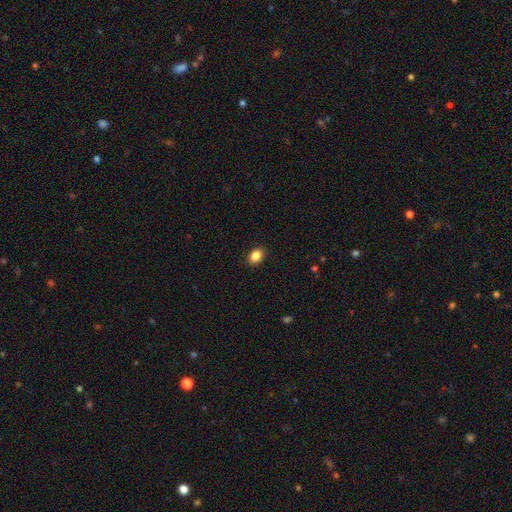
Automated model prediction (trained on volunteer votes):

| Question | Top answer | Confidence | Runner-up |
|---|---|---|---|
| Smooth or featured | smooth | 87% | star or artifact (9%) |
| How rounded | in between | 67% | round (32%) |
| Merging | none | 90% | minor disturbance (7%) |